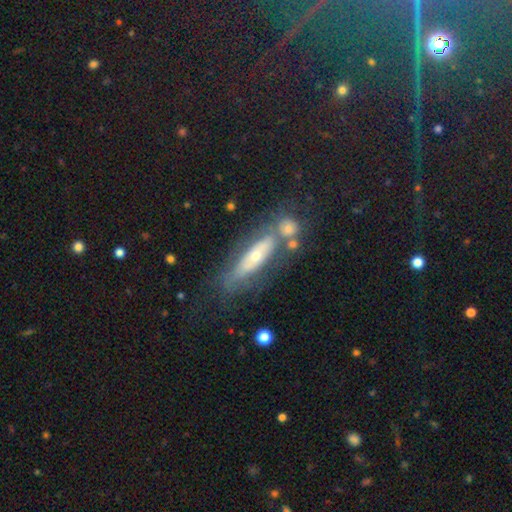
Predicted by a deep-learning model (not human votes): This is possibly a featured or disk galaxy (48%). Merging: likely none (61%).